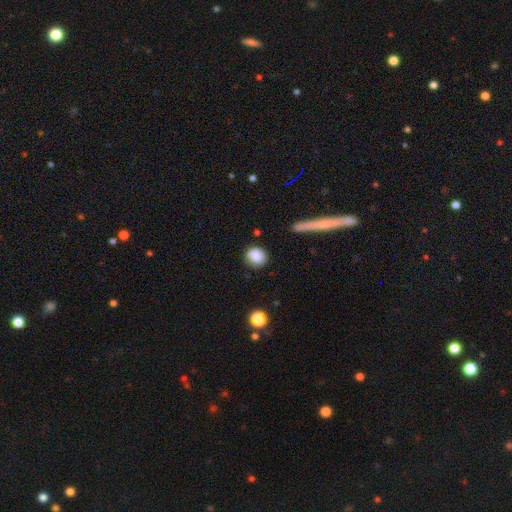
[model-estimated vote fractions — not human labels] Smooth or featured: smooth — 86% (star or artifact — 8%)
How rounded: round — 75% (in between — 23%)
Merging: none — 80% (minor disturbance — 14%)